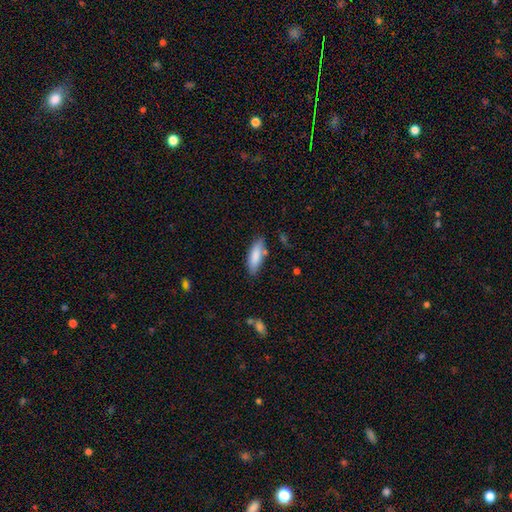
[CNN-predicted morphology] Smooth or featured?
  - smooth: 85% *
  - featured or disk: 9%
  - star or artifact: 6%
How rounded?
  - in between: 61% *
  - cigar-shaped: 38%
  - round: 2%
Merging?
  - none: 75% *
  - minor disturbance: 16%
  - merger: 5%
  - major disturbance: 3%